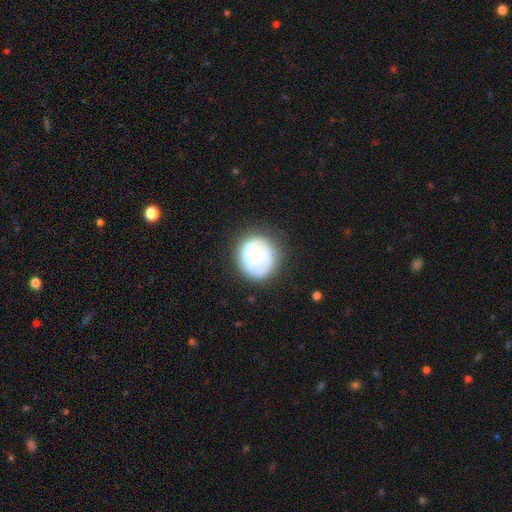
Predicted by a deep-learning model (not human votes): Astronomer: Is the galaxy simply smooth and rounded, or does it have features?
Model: smooth — 48% (runner-up: featured or disk, 46%).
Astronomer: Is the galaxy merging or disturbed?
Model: none — 73%.